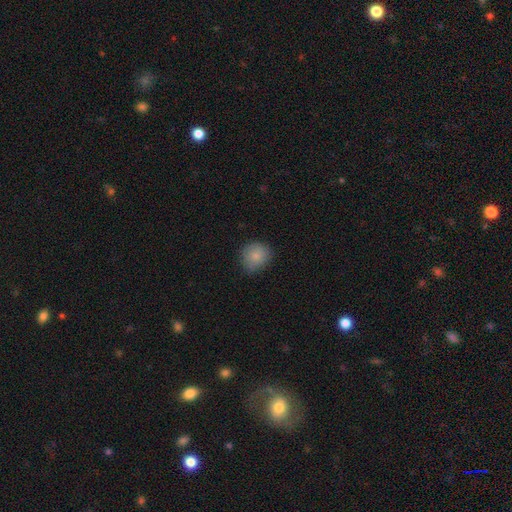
smooth 82%, featured or disk 13%, star or artifact 5%. Down the decision tree: how rounded — round (90%); merging — none (58%).